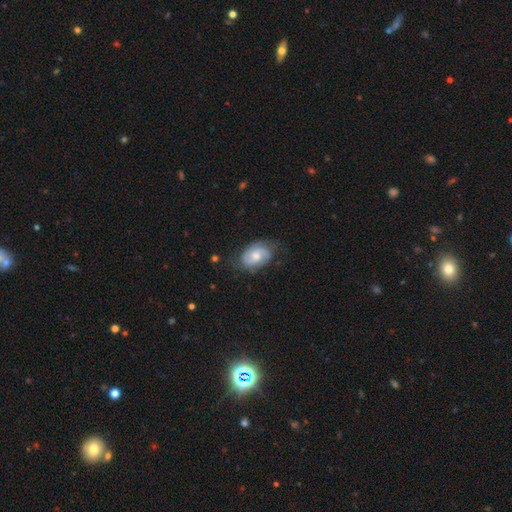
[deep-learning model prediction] featured or disk 67%, smooth 27%, star or artifact 6%. Down the decision tree: edge-on disk — no (97%); bar — no (60%); spiral arms — yes (90%); spiral arm count — 2 (77%); spiral winding — medium (44%); bulge size — moderate (64%); merging — none (70%).